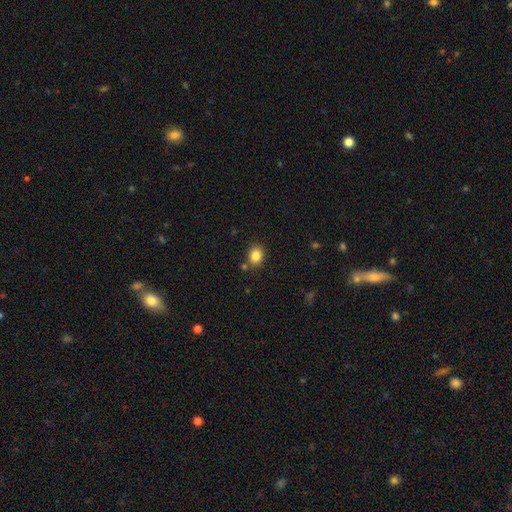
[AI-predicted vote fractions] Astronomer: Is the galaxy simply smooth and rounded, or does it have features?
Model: smooth — 85%.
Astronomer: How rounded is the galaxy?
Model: round — 54% (runner-up: in between, 46%).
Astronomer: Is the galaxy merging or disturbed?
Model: none — 80%.